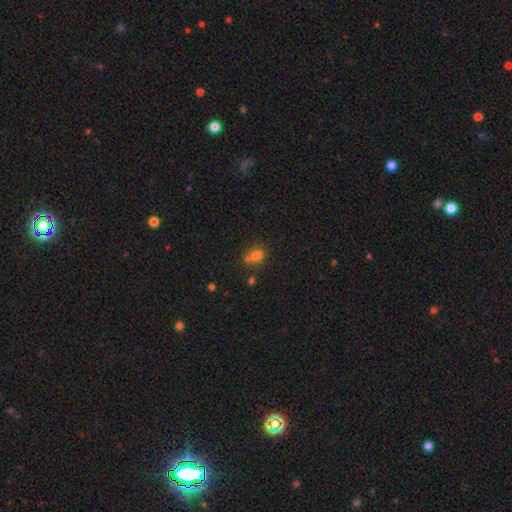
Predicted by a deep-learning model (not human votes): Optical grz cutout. It shows a smooth galaxy with no disk features (68%) that is in between round and cigar-shaped (51%). Merging: none (51%).